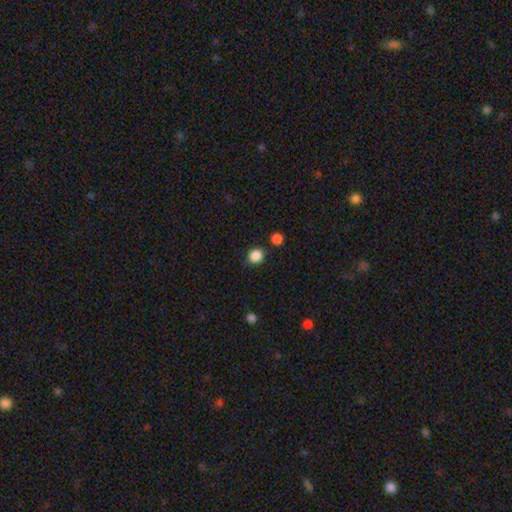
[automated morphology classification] smooth 86%, star or artifact 10%, featured or disk 3%. Down the decision tree: how rounded — round (79%); merging — none (84%).